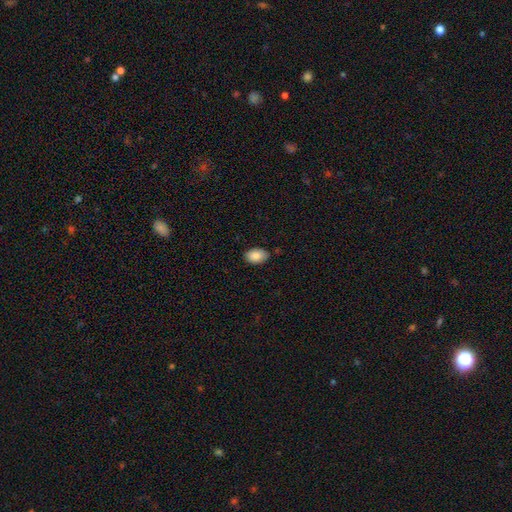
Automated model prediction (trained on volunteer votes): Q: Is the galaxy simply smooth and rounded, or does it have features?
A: smooth — 86%.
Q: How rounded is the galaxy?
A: in between — 88%.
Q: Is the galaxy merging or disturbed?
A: none — 82%.